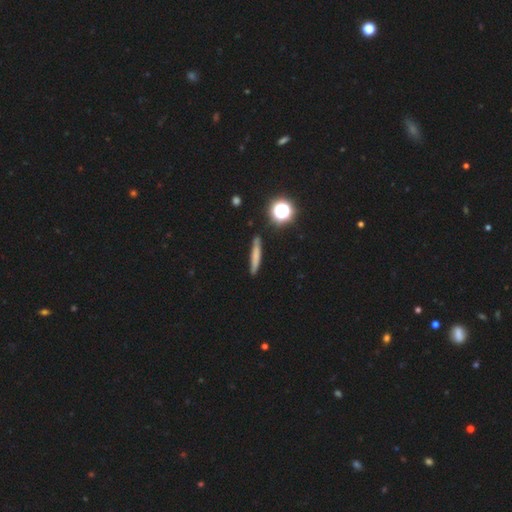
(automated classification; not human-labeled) Smooth or featured? smooth (65%)
How rounded? cigar-shaped (89%)
Merging? none (85%)